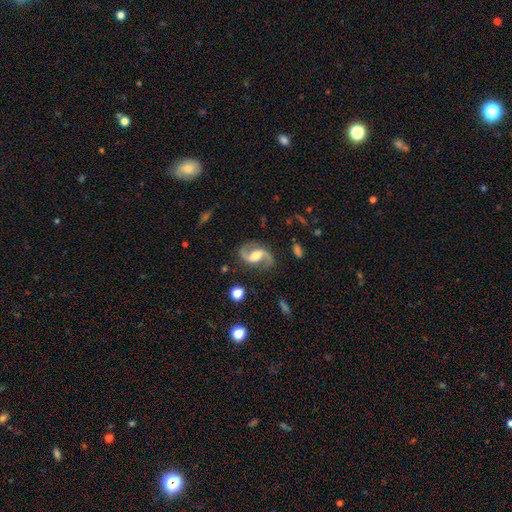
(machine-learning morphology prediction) featured or disk 90%, star or artifact 5%, smooth 5%. Down the decision tree: edge-on disk — no (98%); bar — weak (42%); spiral arms — yes (97%); spiral arm count — 2 (94%); spiral winding — loose (52%); bulge size — moderate (62%); merging — none (82%).